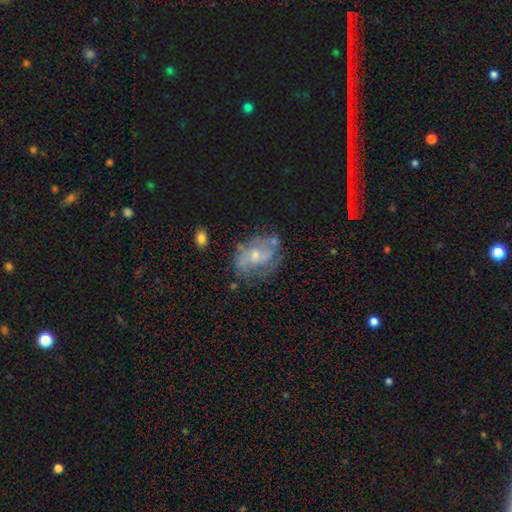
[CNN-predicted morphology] Smooth or featured? featured or disk (64%)
Edge-on disk? no (96%)
Bar? no (68%)
Spiral arms? yes (65%)
Bulge size? small (58%)
Merging? none (55%)